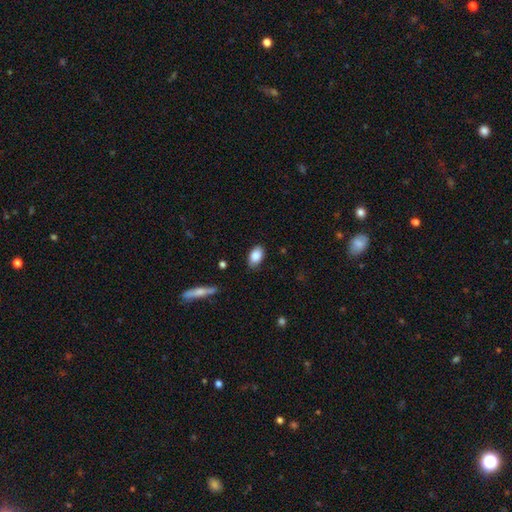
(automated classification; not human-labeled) Smooth or featured?
  - smooth: 87% *
  - star or artifact: 7%
  - featured or disk: 6%
How rounded?
  - in between: 91% *
  - round: 7%
  - cigar-shaped: 2%
Merging?
  - none: 80% *
  - minor disturbance: 15%
  - major disturbance: 3%
  - merger: 1%